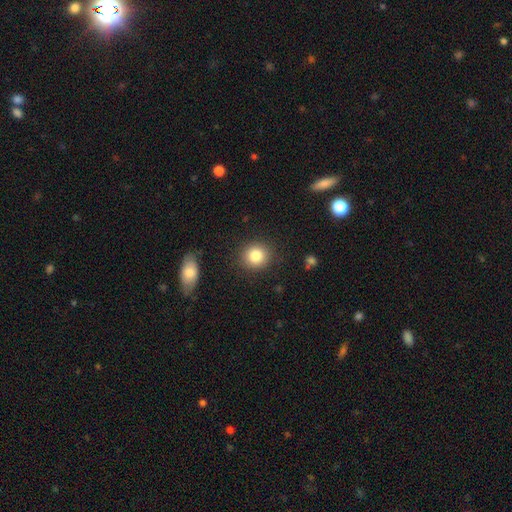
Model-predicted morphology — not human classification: Smooth or featured?
  - smooth: 83% *
  - star or artifact: 10%
  - featured or disk: 7%
How rounded?
  - round: 86% *
  - in between: 13%
  - cigar-shaped: 1%
Merging?
  - none: 88% *
  - minor disturbance: 7%
  - major disturbance: 3%
  - merger: 2%